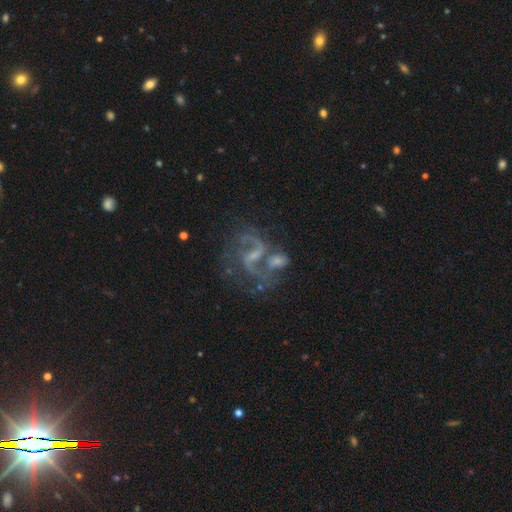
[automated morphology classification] Smooth or featured? featured or disk (82%)
Edge-on disk? no (97%)
Bar? weak (52%)
Spiral arms? yes (88%)
Spiral winding? loose (46%)
Spiral arm count? 2 (79%)
Bulge size? small (49%)
Merging? none (38%)